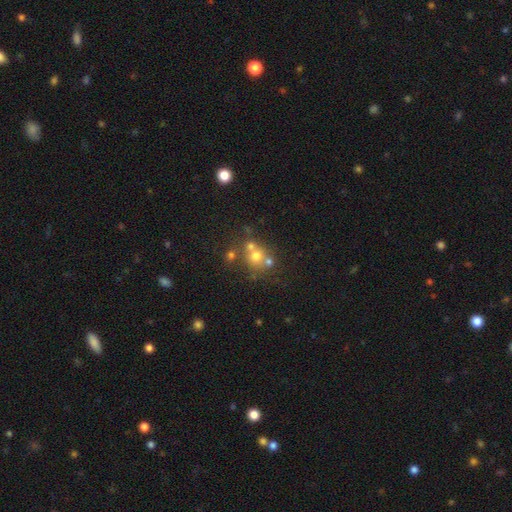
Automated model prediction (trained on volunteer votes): Smooth or featured: smooth — 60% (featured or disk — 21%)
How rounded: round — 84% (in between — 15%)
Merging: none — 50% (merger — 36%)